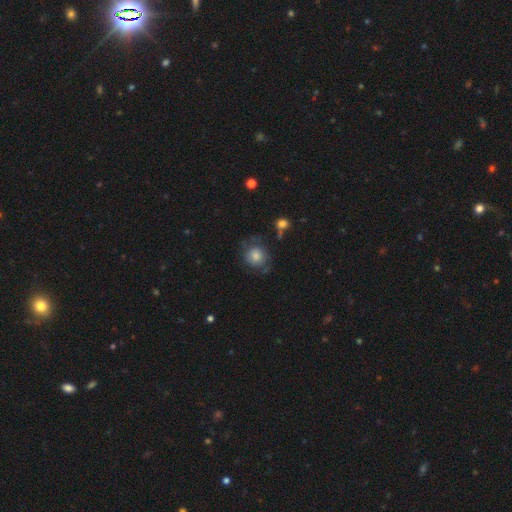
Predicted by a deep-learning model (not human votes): Smooth or featured?
  - smooth: 66% *
  - featured or disk: 25%
  - star or artifact: 9%
How rounded?
  - round: 81% *
  - in between: 18%
  - cigar-shaped: 1%
Merging?
  - none: 61% *
  - minor disturbance: 23%
  - major disturbance: 14%
  - merger: 3%